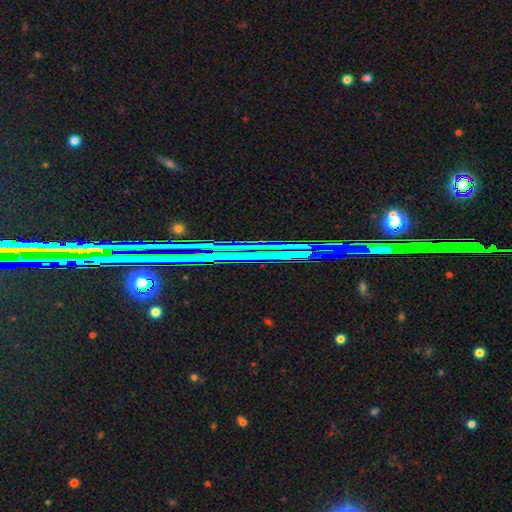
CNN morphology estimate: star or artifact 78%, featured or disk 14%, smooth 9%.